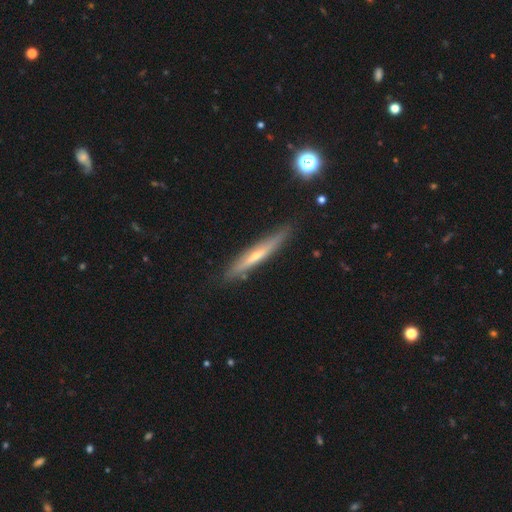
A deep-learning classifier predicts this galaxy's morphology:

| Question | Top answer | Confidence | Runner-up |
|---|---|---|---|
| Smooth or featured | featured or disk | 62% | smooth (30%) |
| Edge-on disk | yes | 91% | no (9%) |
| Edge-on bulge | rounded | 70% | none (27%) |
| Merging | none | 85% | minor disturbance (11%) |